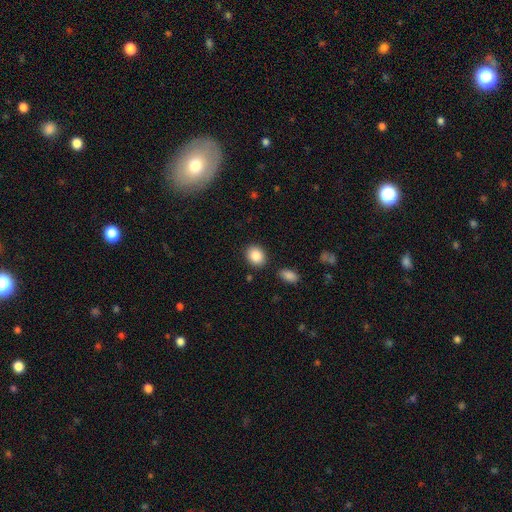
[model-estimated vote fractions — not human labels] Smooth or featured? Predicted: smooth (p=0.87). How rounded? Predicted: in between (p=0.51). Merging? Predicted: none (p=0.84).